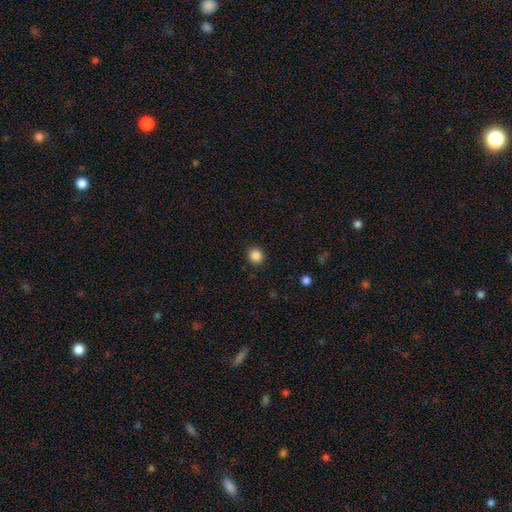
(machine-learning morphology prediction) Smooth or featured? Predicted: smooth (p=0.87). How rounded? Predicted: round (p=0.87). Merging? Predicted: none (p=0.91).